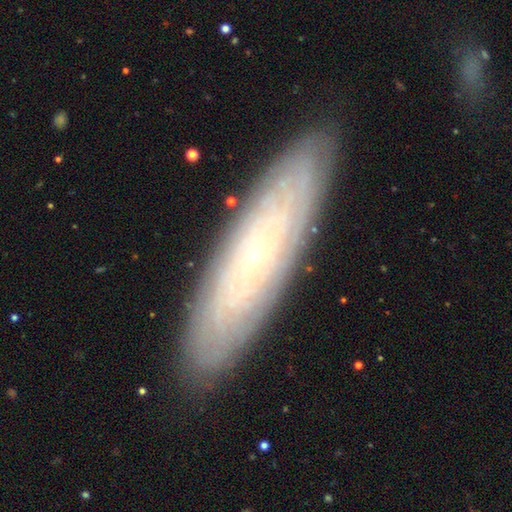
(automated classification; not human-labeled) smooth-or-featured: featured or disk: 67% | smooth: 24% | star or artifact: 8%
  disk-edge-on: no: 69% | yes: 31%
  merging: none: 88% | minor disturbance: 9% | major disturbance: 2% | merger: 1%